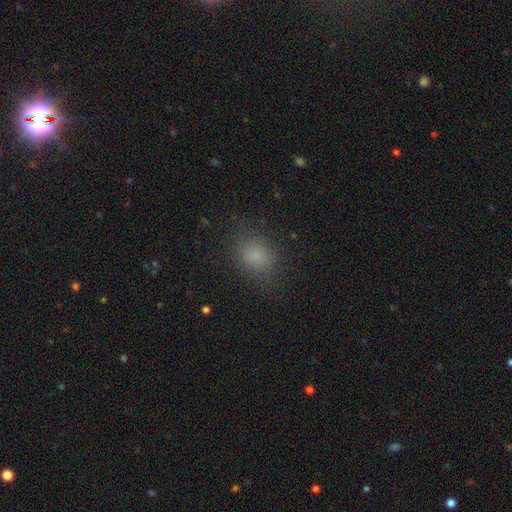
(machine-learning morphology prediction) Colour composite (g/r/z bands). It shows a smooth galaxy with no disk features (79%) that is round (50%). Merging: none (81%).